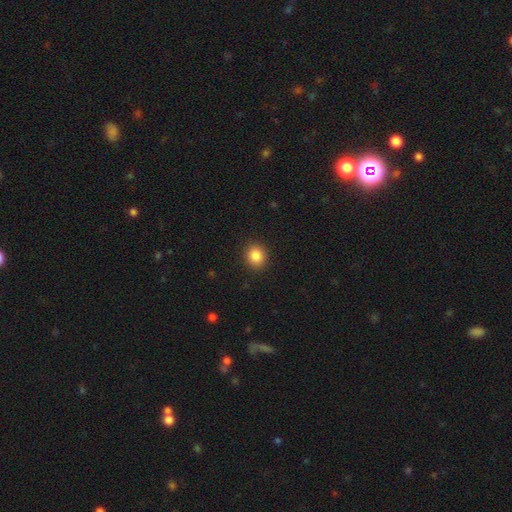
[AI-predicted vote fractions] smooth 85%, star or artifact 10%, featured or disk 4%. Down the decision tree: how rounded — round (80%); merging — none (91%).